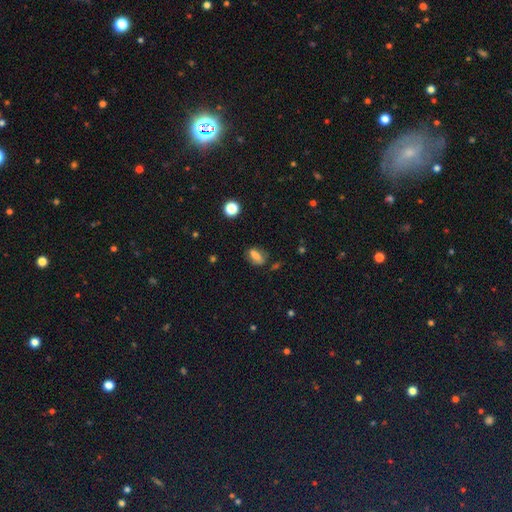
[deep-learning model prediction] Smooth or featured? smooth (67%)
How rounded? in between (77%)
Merging? none (69%)